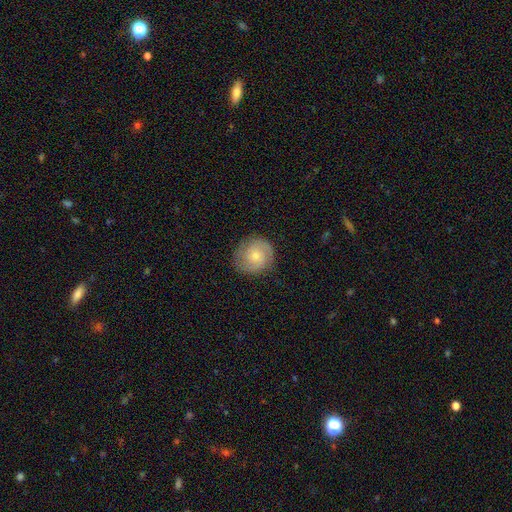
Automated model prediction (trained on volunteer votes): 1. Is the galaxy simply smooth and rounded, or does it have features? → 68% featured or disk, 24% smooth, 7% star or artifact.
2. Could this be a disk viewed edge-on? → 97% no, 3% yes.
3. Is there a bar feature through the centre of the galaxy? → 74% no, 22% weak, 4% strong.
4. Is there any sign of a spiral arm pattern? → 92% yes, 8% no.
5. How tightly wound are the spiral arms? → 60% tight, 32% medium, 8% loose.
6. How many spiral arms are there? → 69% 2, 15% can't tell, 8% 3, 4% 1, 2% 4, 2% more than 4.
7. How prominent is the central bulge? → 56% small, 40% moderate, 2% none, 2% large, 1% dominant.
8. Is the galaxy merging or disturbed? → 83% none, 13% minor disturbance, 4% major disturbance, 1% merger.